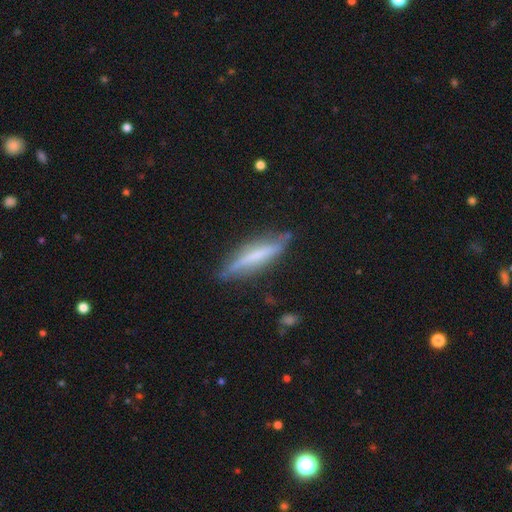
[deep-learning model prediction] Q: Smooth or featured?
A: featured or disk (56%); runner-up: smooth (38%)
Q: Edge-on disk?
A: yes (89%); runner-up: no (11%)
Q: Merging?
A: none (76%); runner-up: minor disturbance (18%)